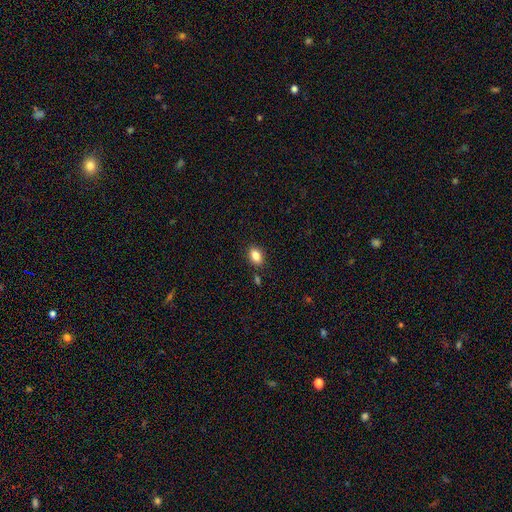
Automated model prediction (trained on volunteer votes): Smooth or featured: smooth — 85% (star or artifact — 9%)
How rounded: in between — 80% (round — 18%)
Merging: none — 84% (minor disturbance — 9%)